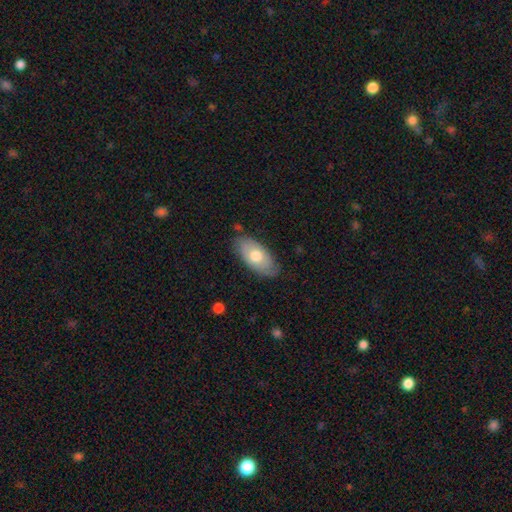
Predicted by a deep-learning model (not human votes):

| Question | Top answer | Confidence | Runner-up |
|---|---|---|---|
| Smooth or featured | smooth | 65% | featured or disk (30%) |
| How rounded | in between | 93% | cigar-shaped (4%) |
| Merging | none | 77% | minor disturbance (18%) |